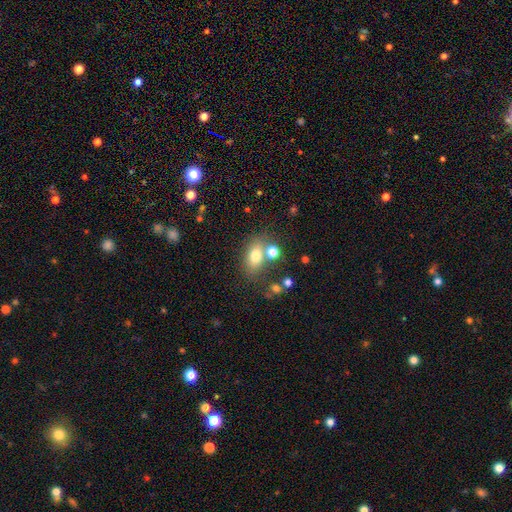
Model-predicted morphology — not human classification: smooth_or_featured: smooth (p=0.74) [alt: featured or disk p=0.14]
how_rounded: in between (p=0.77) [alt: round p=0.20]
merging: none (p=0.57) [alt: merger p=0.25]